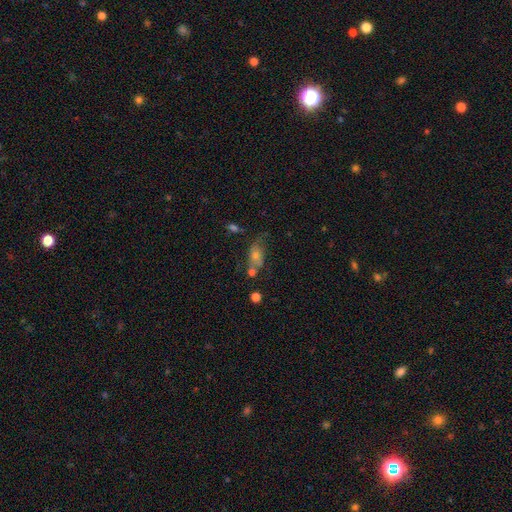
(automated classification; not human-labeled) This is possibly a smooth galaxy (45%). Merging: possibly none (49%).